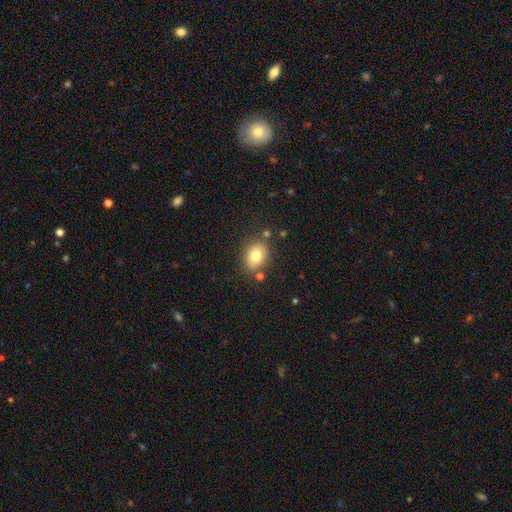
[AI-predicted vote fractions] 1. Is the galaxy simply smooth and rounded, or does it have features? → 79% smooth, 12% featured or disk, 9% star or artifact.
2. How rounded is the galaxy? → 72% in between, 27% round, 1% cigar-shaped.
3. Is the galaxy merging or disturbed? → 76% none, 14% minor disturbance, 6% merger, 4% major disturbance.